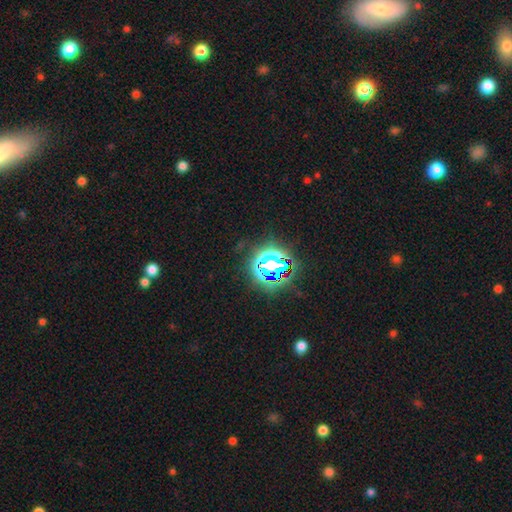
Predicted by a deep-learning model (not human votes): Smooth or featured: star or artifact — 74% (smooth — 17%)